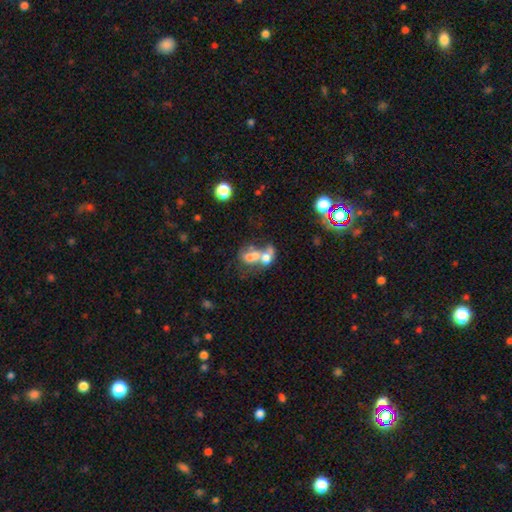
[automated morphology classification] smooth_or_featured: smooth (p=0.51) [alt: featured or disk p=0.36]
how_rounded: in between (p=0.66) [alt: round p=0.30]
merging: merger (p=0.71) [alt: none p=0.13]